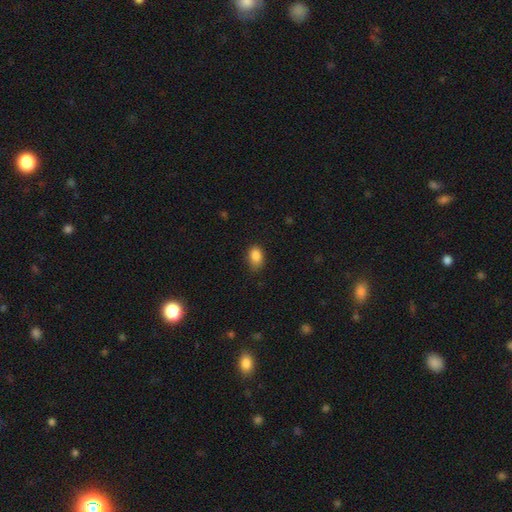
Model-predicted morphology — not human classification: smooth-or-featured: smooth: 86% | star or artifact: 9% | featured or disk: 5%
  how-rounded: in between: 82% | round: 16% | cigar-shaped: 1%
  merging: none: 73% | minor disturbance: 22% | major disturbance: 4% | merger: 1%